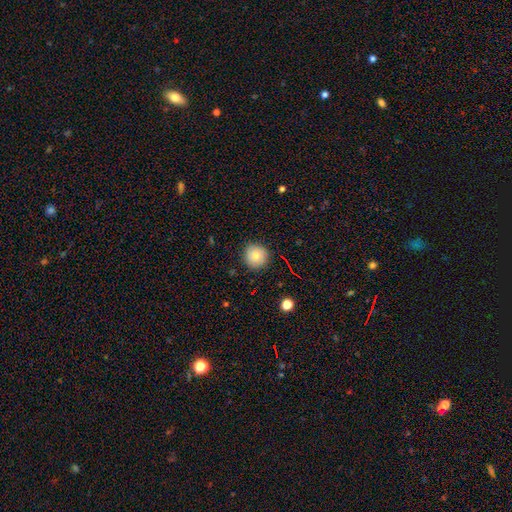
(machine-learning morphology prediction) Q: Smooth or featured?
A: smooth (79%); runner-up: star or artifact (11%)
Q: How rounded?
A: round (93%); runner-up: in between (6%)
Q: Merging?
A: none (88%); runner-up: minor disturbance (9%)